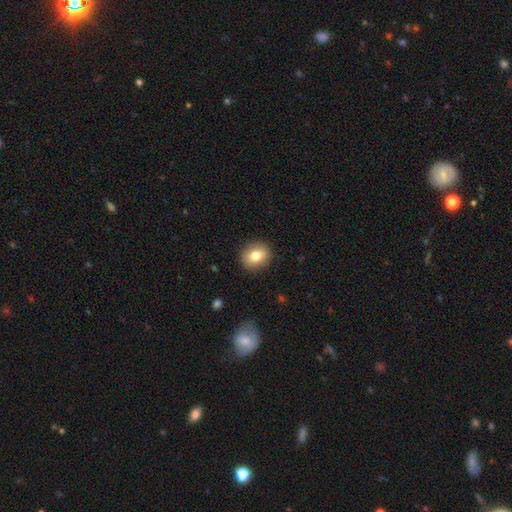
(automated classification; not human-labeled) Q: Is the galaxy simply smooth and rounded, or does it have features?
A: smooth — 78%.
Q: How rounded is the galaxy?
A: round — 69%.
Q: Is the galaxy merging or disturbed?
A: none — 89%.